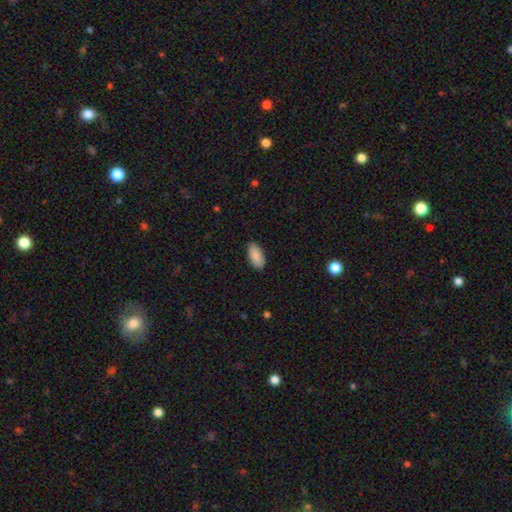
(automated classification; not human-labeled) A smooth galaxy with no disk features (88%) that is in between round and cigar-shaped (94%). Merging: none (87%).